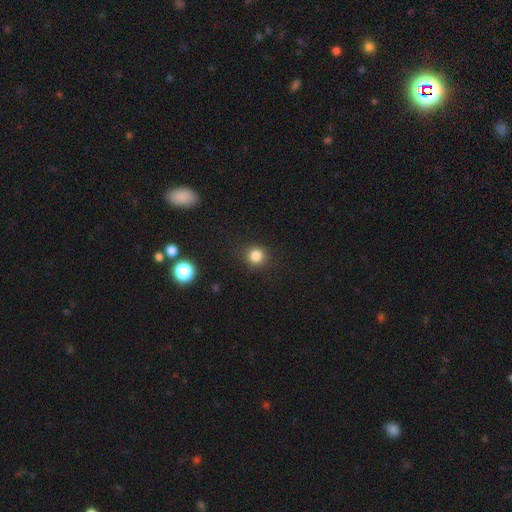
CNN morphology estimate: type=smooth (83%); roundness=round (91%); merging=none (89%).